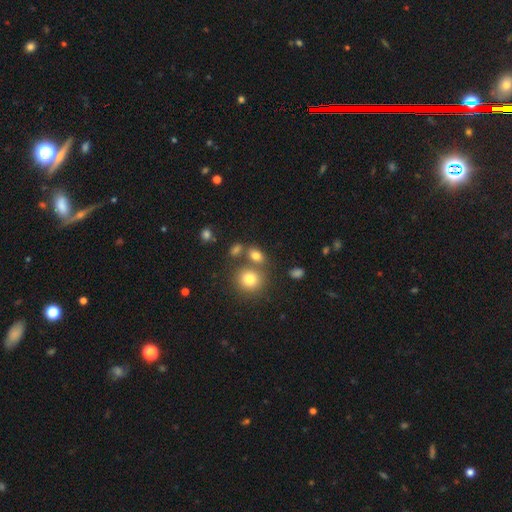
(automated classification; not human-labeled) Smooth or featured? Predicted: smooth (p=0.76). How rounded? Predicted: in between (p=0.62). Merging? Predicted: none (p=0.62).